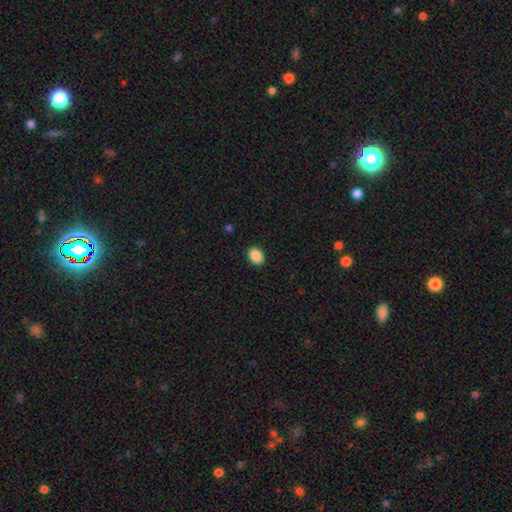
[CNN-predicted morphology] Smooth or featured: smooth — 89% (star or artifact — 8%)
How rounded: in between — 65% (round — 35%)
Merging: none — 91% (minor disturbance — 7%)